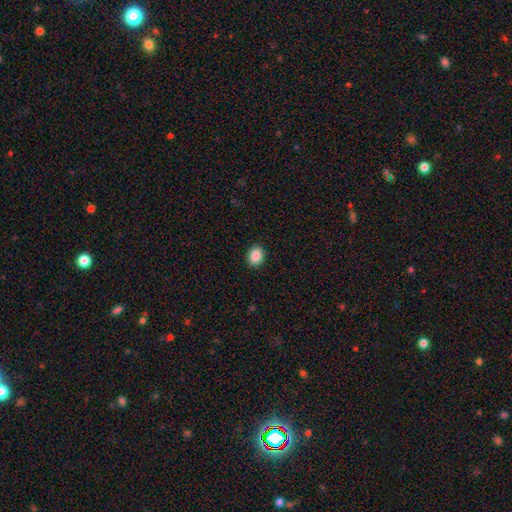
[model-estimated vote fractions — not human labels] A smooth galaxy with no disk features (88%) that is in between round and cigar-shaped (55%).

Vote fractions:
- Smooth or featured? smooth: 88% / star or artifact: 8% / featured or disk: 3%
- How rounded? in between: 55% / round: 44% / cigar-shaped: 1%
- Merging? none: 91% / minor disturbance: 7% / major disturbance: 2% / merger: 1%